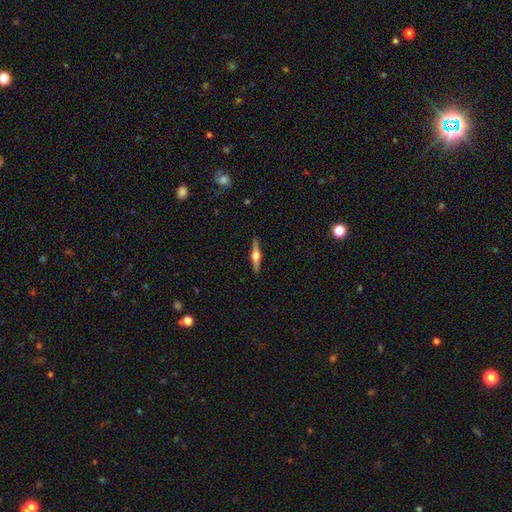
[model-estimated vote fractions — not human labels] Smooth or featured? Predicted: featured or disk (p=0.72). Edge-on disk? Predicted: yes (p=0.98). Edge-on bulge? Predicted: rounded (p=0.92). Merging? Predicted: none (p=0.91).